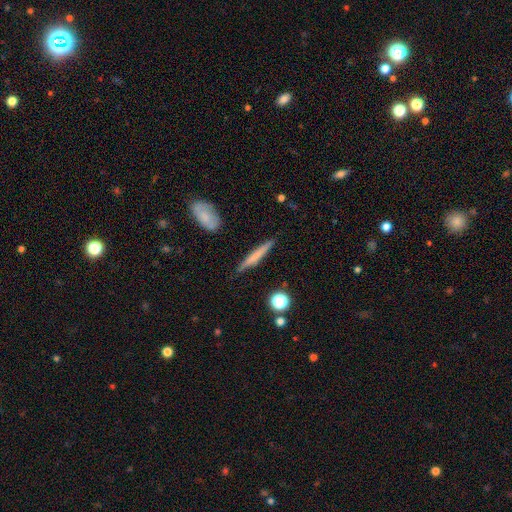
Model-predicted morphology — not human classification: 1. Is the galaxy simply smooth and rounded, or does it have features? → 57% smooth, 36% featured or disk, 6% star or artifact.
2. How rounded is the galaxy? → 94% cigar-shaped, 4% in between, 2% round.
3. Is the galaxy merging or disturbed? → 86% none, 10% minor disturbance, 2% major disturbance, 2% merger.